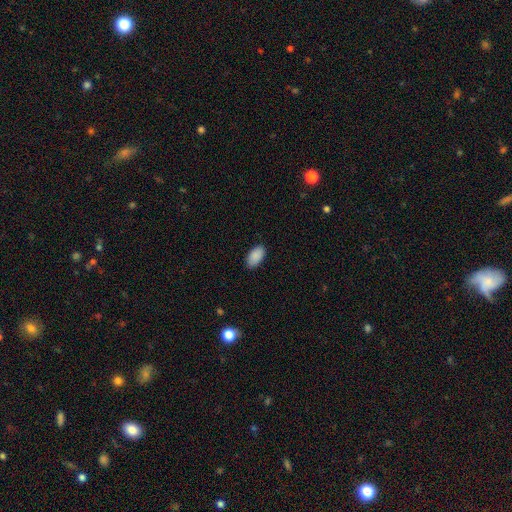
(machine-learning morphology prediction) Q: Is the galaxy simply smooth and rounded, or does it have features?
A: smooth — 90%.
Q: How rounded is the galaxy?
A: in between — 95%.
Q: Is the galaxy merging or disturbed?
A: none — 86%.